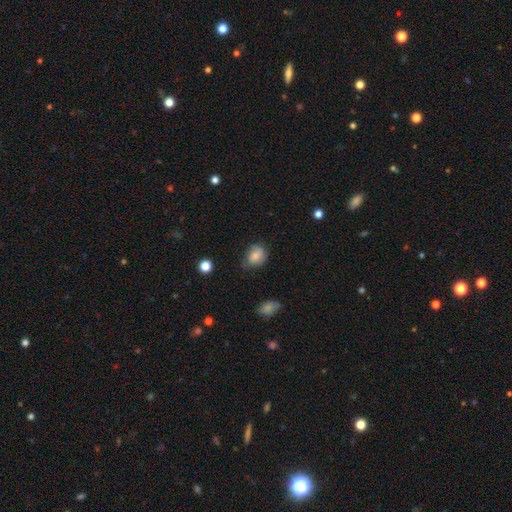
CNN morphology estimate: The model was most divided on "how rounded": in between: 59%, round: 39%, cigar-shaped: 1%. More confident: smooth or featured — smooth (77%); merging — none (56%).